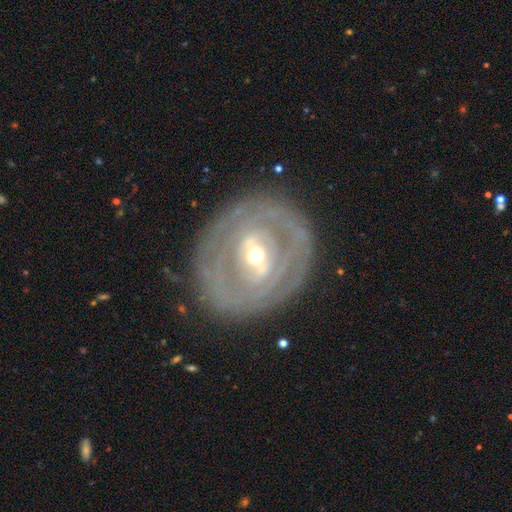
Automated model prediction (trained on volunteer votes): Smooth or featured?
  - featured or disk: 79% *
  - smooth: 16%
  - star or artifact: 5%
Edge-on disk?
  - no: 94% *
  - yes: 6%
Bar?
  - weak: 40% *
  - strong: 35%
  - no: 25%
Spiral arms?
  - yes: 56% *
  - no: 44%
Bulge size?
  - moderate: 61% *
  - small: 33%
  - large: 5%
  - dominant: 1%
  - none: 1%
Merging?
  - none: 81% *
  - minor disturbance: 13%
  - major disturbance: 5%
  - merger: 1%